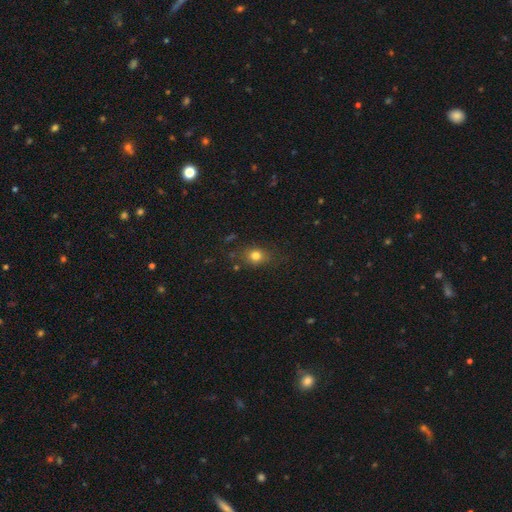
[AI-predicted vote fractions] A smooth galaxy with no disk features (78%) that is round (53%). Merging: none (77%).